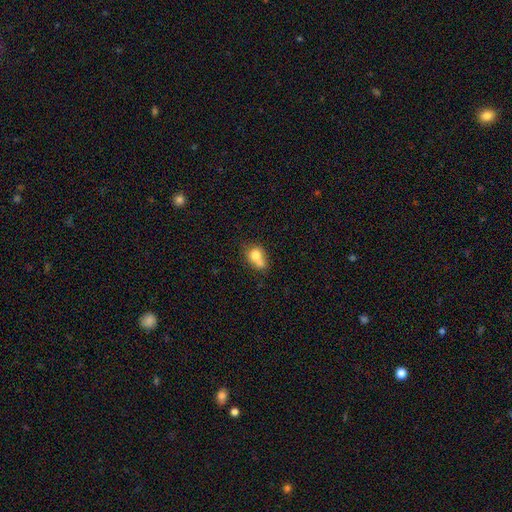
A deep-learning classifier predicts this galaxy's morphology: This is likely a smooth galaxy (72%). How rounded: possibly round (53%). Merging: possibly merger (52%).